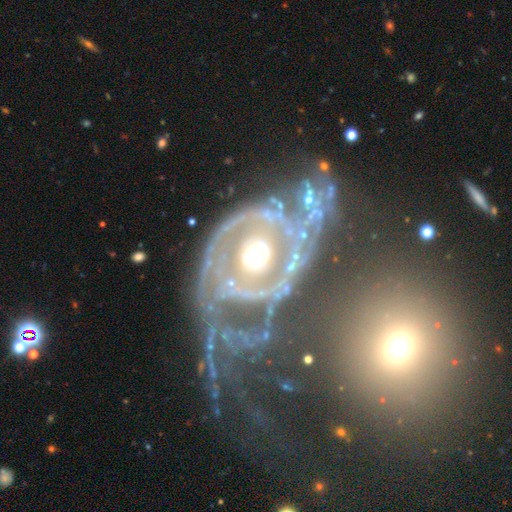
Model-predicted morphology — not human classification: A featured or disk galaxy (86%) with no bar (73%), 2 (40%) tight (50%) spiral arms (82%) and a moderate central bulge (71%).

Vote fractions:
- Smooth or featured? featured or disk: 86% / star or artifact: 7% / smooth: 7%
- Edge-on disk? no: 96% / yes: 4%
- Bar? no: 73% / weak: 17% / strong: 11%
- Spiral arms? yes: 82% / no: 18%
- Spiral winding? tight: 50% / medium: 33% / loose: 17%
- Spiral arm count? 2: 40% / can't tell: 24% / 3: 12% / 1: 10% / 4: 7% / more than 4: 7%
- Bulge size? moderate: 71% / large: 13% / small: 12% / dominant: 2% / none: 2%
- Merging? none: 37% / major disturbance: 32% / minor disturbance: 19% / merger: 12%